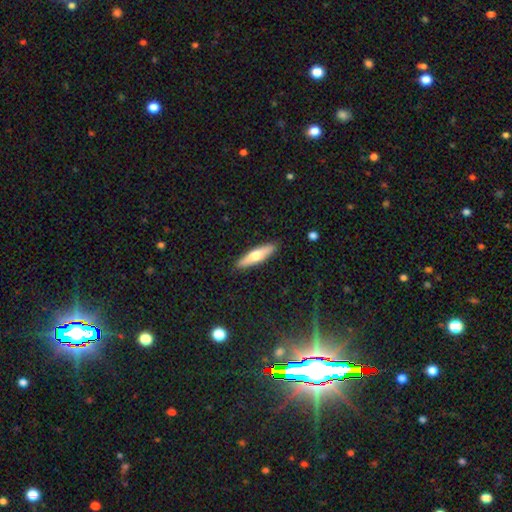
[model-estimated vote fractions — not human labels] Morphology: type=smooth (55%); roundness=cigar-shaped (74%); merging=none (89%).